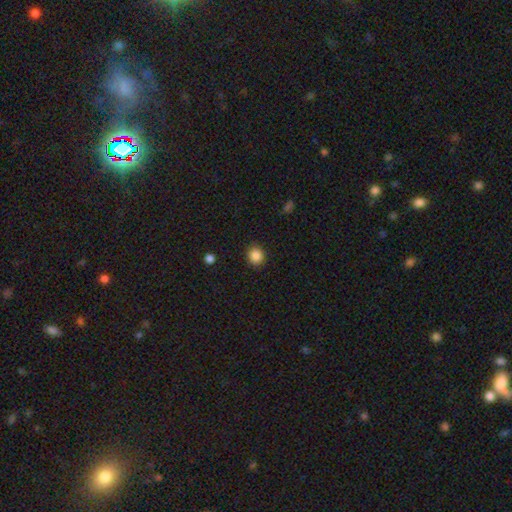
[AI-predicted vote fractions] Smooth or featured? Predicted: smooth (p=0.86). How rounded? Predicted: round (p=0.87). Merging? Predicted: none (p=0.89).